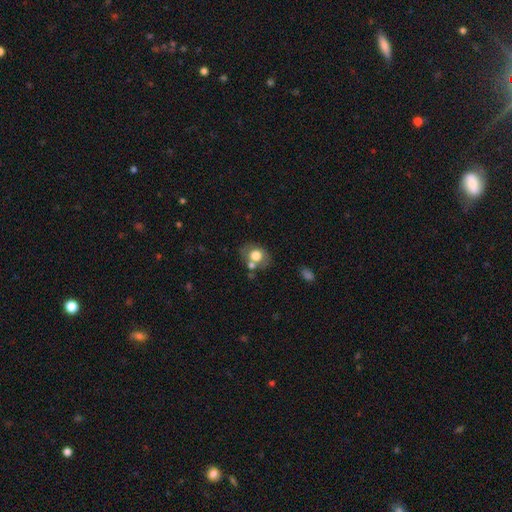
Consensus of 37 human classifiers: smooth_or_featured: smooth (p=0.86) [alt: featured or disk p=0.14]
how_rounded: in between (p=0.56) [alt: round p=0.44]
merging: none (p=0.57) [alt: merger p=0.24]